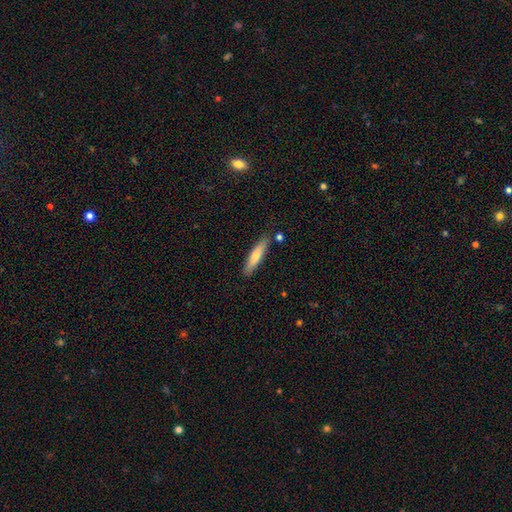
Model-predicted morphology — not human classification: smooth 65%, featured or disk 29%, star or artifact 6%. Down the decision tree: how rounded — cigar-shaped (82%); merging — none (84%).